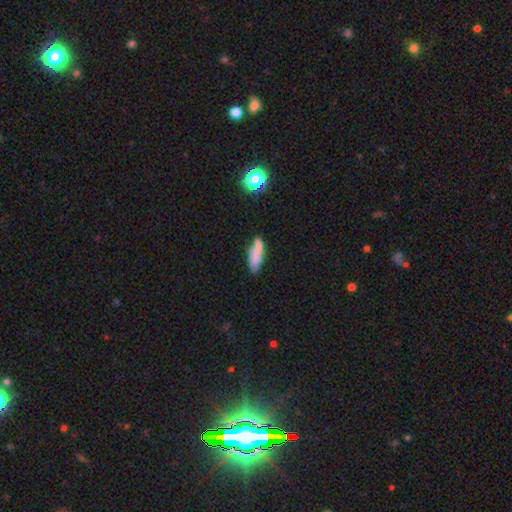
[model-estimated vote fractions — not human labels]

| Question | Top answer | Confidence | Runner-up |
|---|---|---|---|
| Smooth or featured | smooth | 70% | featured or disk (20%) |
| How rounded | in between | 60% | cigar-shaped (37%) |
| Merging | none | 48% | minor disturbance (22%) |